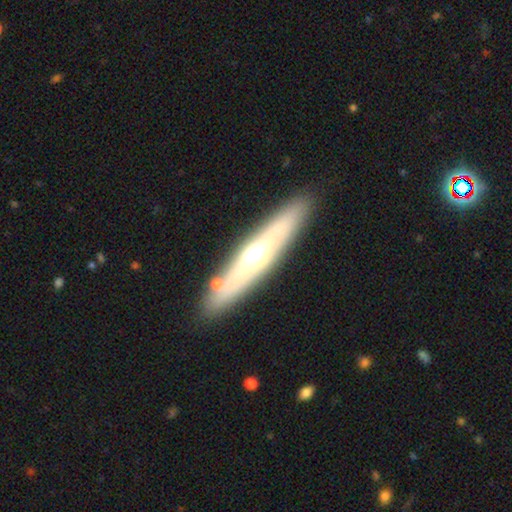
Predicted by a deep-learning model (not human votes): Smooth or featured? Predicted: featured or disk (p=0.58). Edge-on disk? Predicted: yes (p=0.84). Merging? Predicted: none (p=0.86).